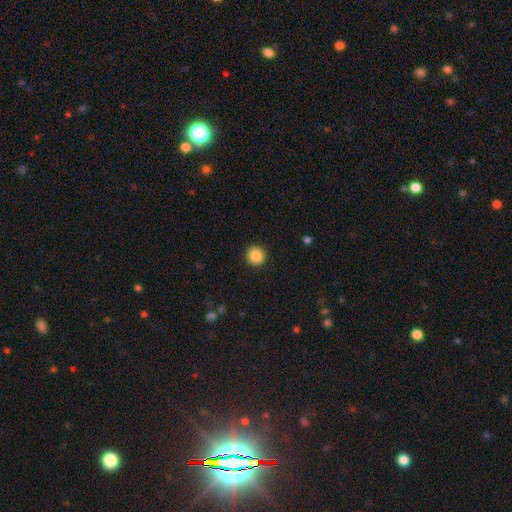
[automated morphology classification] This appears to be a smooth galaxy with no disk features (88%) that is round (92%). Merging: none (92%).